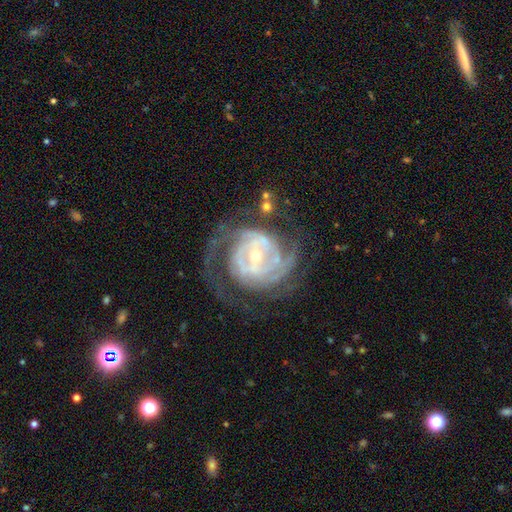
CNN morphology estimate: A featured or disk galaxy (90%) with a weak bar (40%), 2 (30%) tight (64%) spiral arms (96%) and a small central bulge (68%). Merging: none (62%).